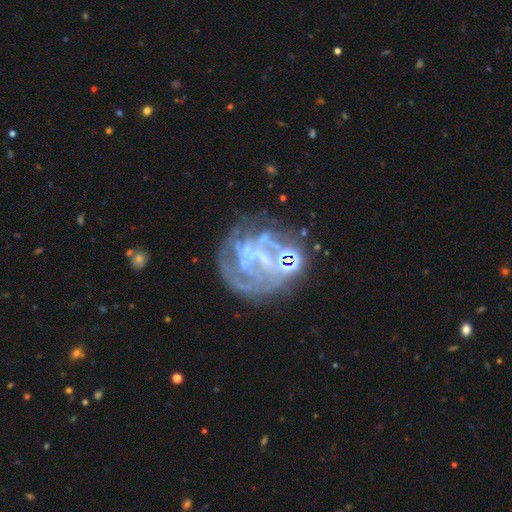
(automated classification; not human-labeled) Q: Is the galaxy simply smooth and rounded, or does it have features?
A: featured or disk — 73%.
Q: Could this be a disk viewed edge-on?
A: no — 98%.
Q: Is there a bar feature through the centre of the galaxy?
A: no — 59%.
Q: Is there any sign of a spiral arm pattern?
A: yes — 54%.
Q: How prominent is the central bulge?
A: none — 59%.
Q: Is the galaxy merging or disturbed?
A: none — 52%.